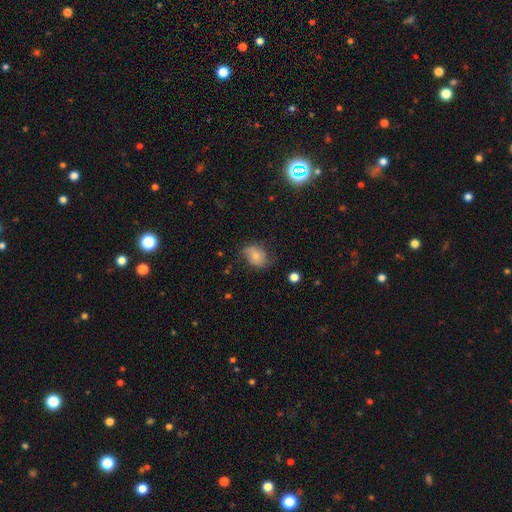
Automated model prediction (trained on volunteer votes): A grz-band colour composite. It shows a smooth galaxy with no disk features (67%) that is in between round and cigar-shaped (71%). Merging: none (58%).